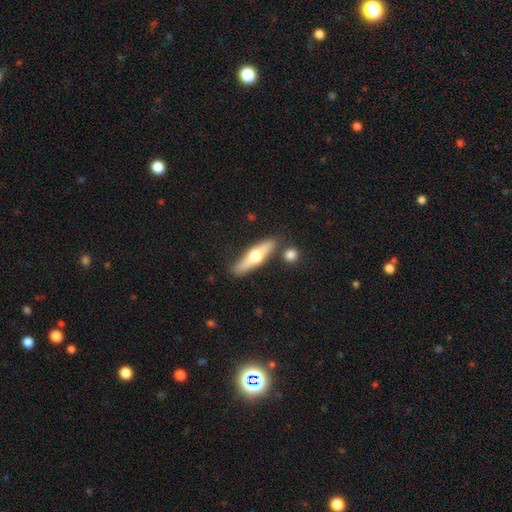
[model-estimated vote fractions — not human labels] Smooth or featured? featured or disk (52%)
Edge-on disk? yes (89%)
Merging? none (81%)